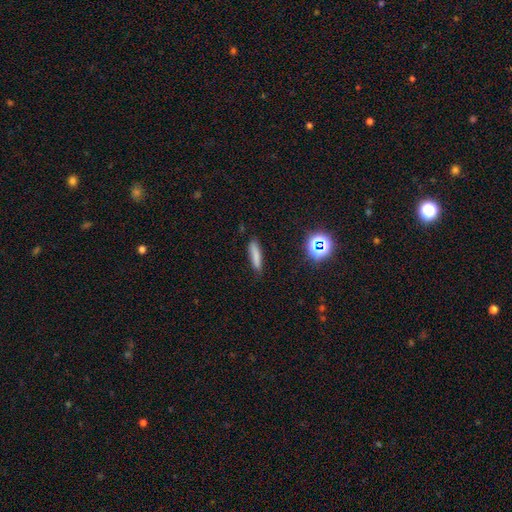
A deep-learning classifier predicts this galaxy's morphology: This appears to be a smooth galaxy with no disk features (77%) that is cigar-shaped (82%). Merging: none (82%).